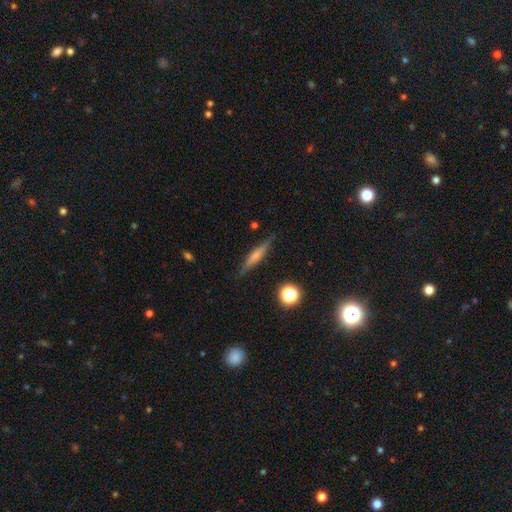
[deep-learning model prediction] smooth 50%, featured or disk 42%, star or artifact 8%. Down the decision tree: merging — none (87%).